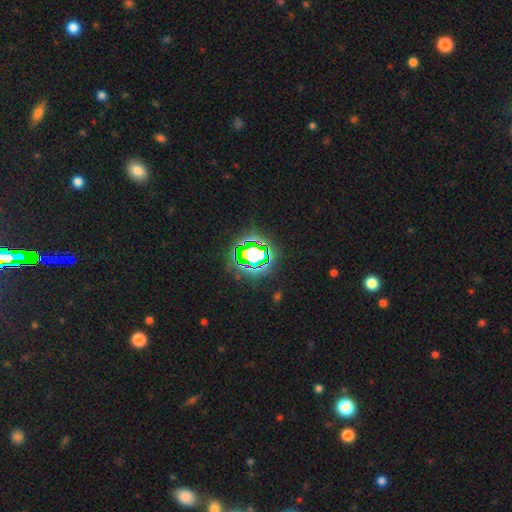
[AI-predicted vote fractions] This appears to be a star or artifact, not a galaxy (64%).